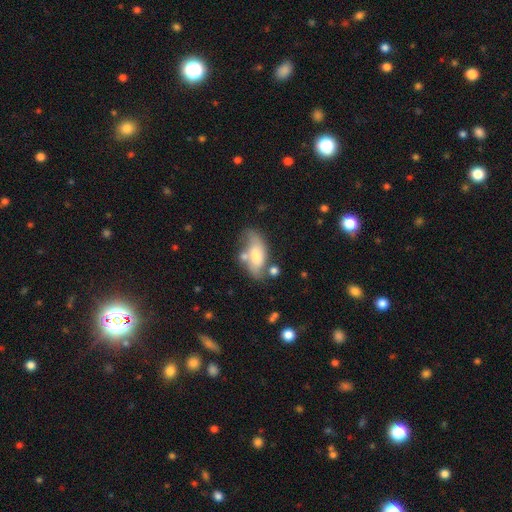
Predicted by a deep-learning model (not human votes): Q: Smooth or featured?
A: smooth (55%); runner-up: featured or disk (38%)
Q: How rounded?
A: in between (86%); runner-up: cigar-shaped (10%)
Q: Merging?
A: none (49%); runner-up: minor disturbance (23%)